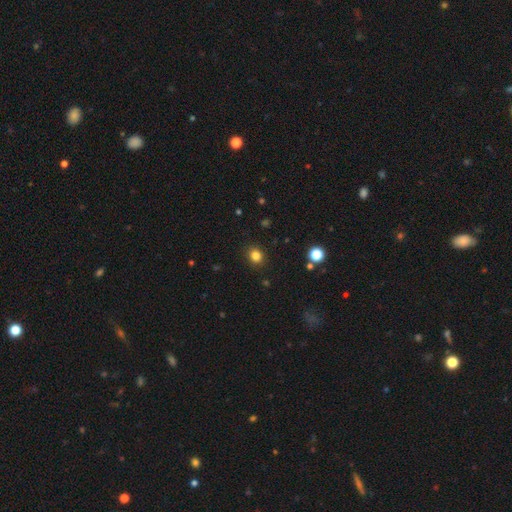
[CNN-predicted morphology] type=smooth (83%); roundness=round (80%); merging=none (90%).